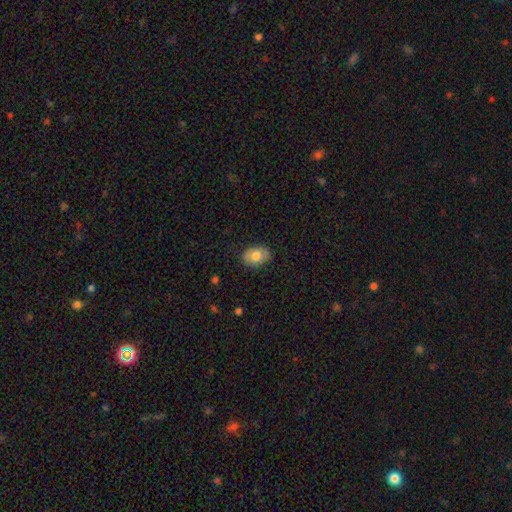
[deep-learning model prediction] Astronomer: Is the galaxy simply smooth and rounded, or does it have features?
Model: smooth — 74%.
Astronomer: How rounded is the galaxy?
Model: in between — 74%.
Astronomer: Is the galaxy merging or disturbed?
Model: none — 83%.